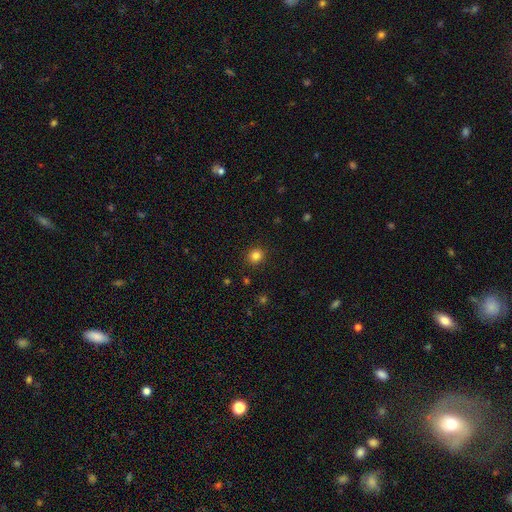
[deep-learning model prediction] This appears to be a smooth galaxy with no disk features (83%) that is round (86%). Merging: none (91%).